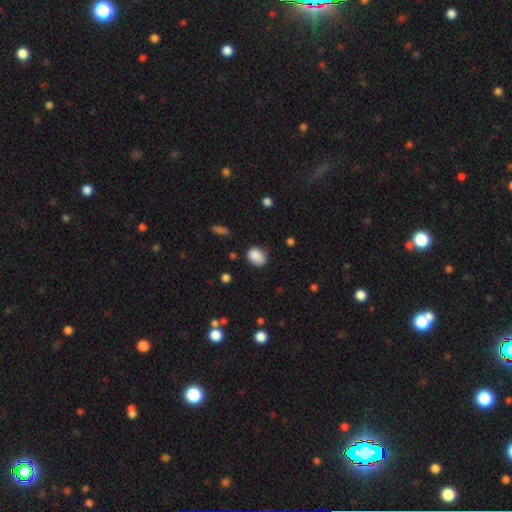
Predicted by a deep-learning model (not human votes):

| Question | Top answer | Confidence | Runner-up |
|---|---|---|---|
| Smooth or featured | smooth | 87% | star or artifact (9%) |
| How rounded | in between | 55% | round (44%) |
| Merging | none | 71% | minor disturbance (22%) |